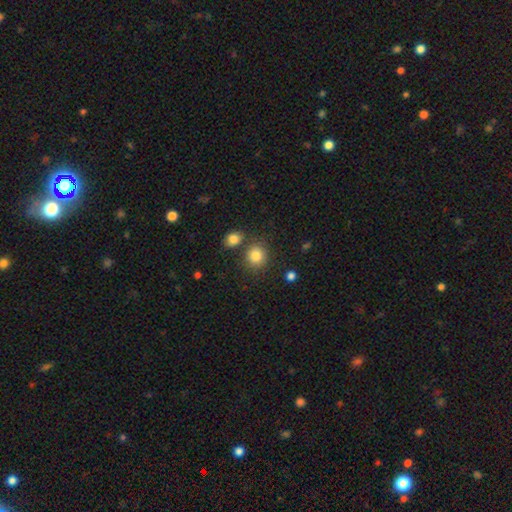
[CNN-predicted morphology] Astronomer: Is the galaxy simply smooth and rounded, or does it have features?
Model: smooth — 83%.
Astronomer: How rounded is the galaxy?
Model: round — 82%.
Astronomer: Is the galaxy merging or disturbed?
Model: none — 74%.